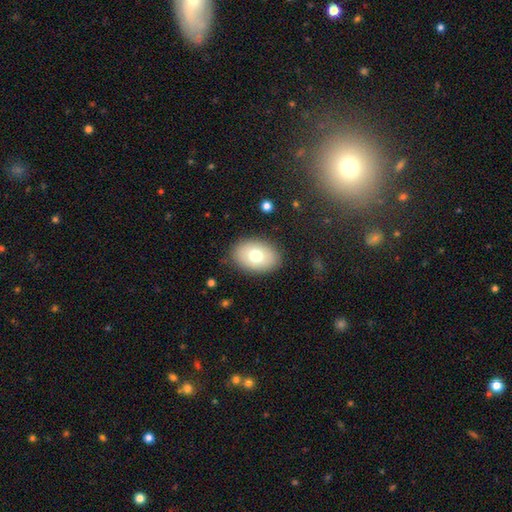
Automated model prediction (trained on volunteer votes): Morphology: type=smooth (73%); roundness=in between (83%); merging=none (86%).